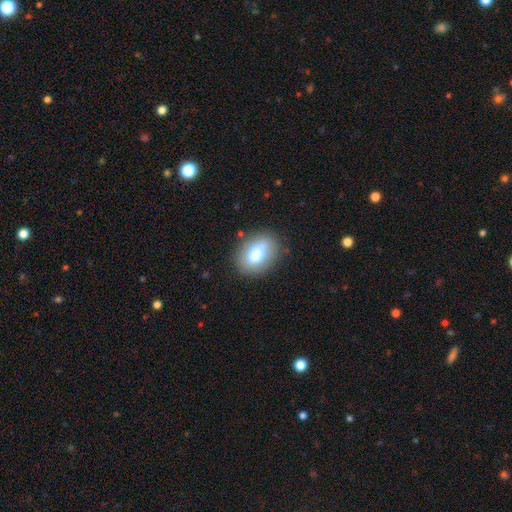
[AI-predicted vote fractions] Morphology: type=smooth (73%); roundness=in between (76%); merging=none (81%).